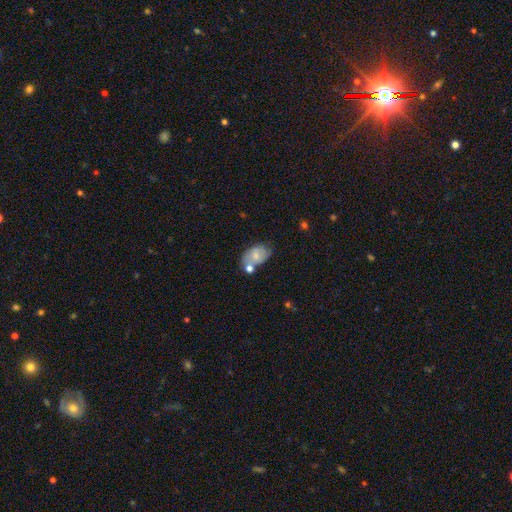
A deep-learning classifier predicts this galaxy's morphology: Smooth or featured: smooth — 67% (featured or disk — 25%)
How rounded: in between — 87% (round — 12%)
Merging: none — 45% (merger — 24%)